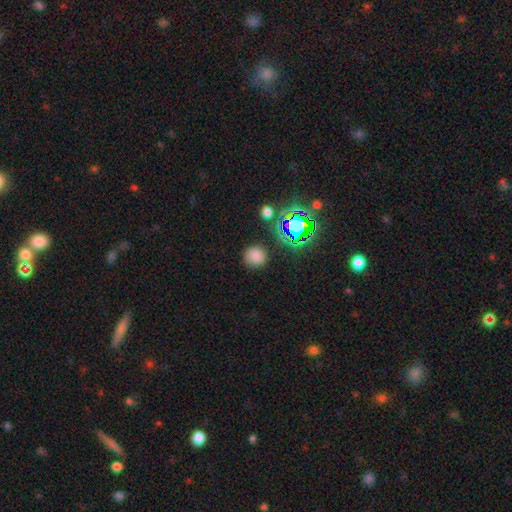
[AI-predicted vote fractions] Smooth or featured? Predicted: smooth (p=0.73). How rounded? Predicted: round (p=0.90). Merging? Predicted: none (p=0.85).